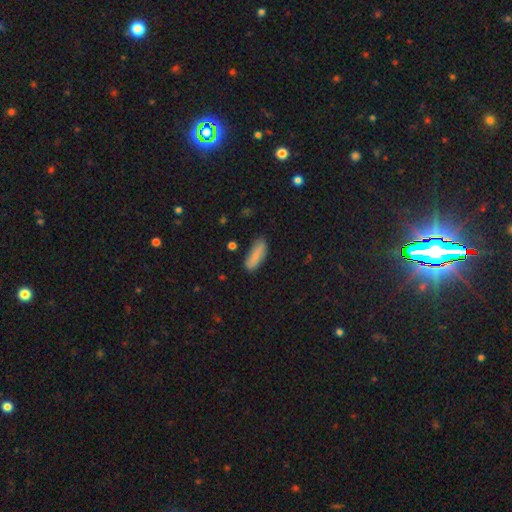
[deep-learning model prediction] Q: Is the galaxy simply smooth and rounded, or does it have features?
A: smooth — 85%.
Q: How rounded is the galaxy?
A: in between — 58%.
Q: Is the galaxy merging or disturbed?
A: none — 80%.